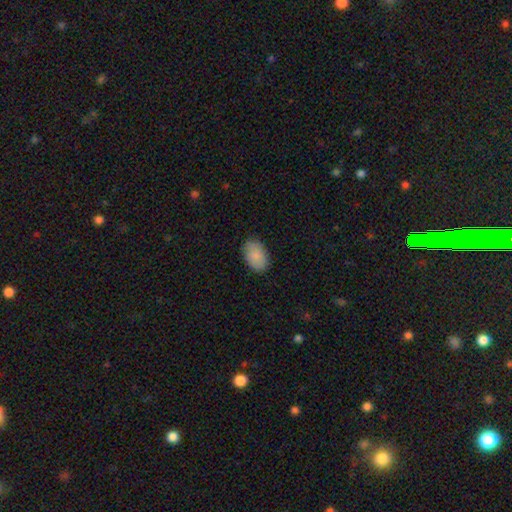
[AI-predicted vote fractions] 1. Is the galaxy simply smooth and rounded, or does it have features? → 87% smooth, 7% featured or disk, 6% star or artifact.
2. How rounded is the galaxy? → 90% in between, 9% round, 1% cigar-shaped.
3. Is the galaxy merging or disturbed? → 85% none, 12% minor disturbance, 2% major disturbance, 1% merger.